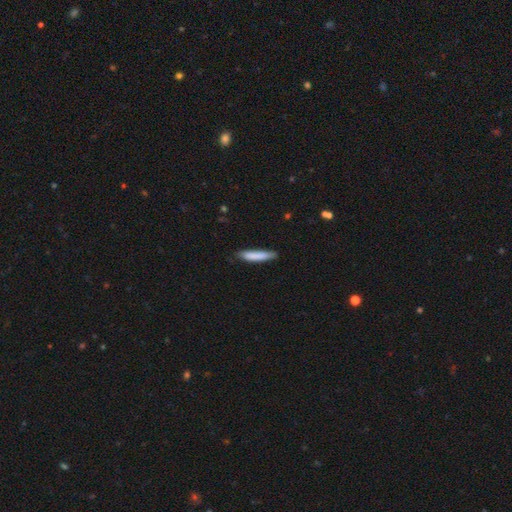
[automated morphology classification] This appears to be a smooth galaxy with no disk features (82%) that is cigar-shaped (89%). Merging: none (79%).